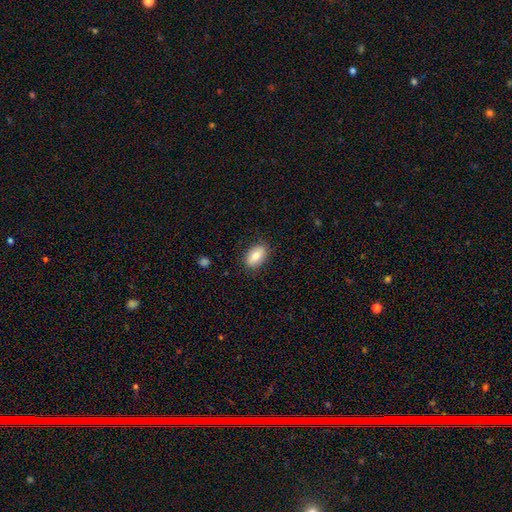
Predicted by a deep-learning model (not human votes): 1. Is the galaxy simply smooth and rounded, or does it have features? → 81% smooth, 12% featured or disk, 7% star or artifact.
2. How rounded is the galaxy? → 90% in between, 9% round, 2% cigar-shaped.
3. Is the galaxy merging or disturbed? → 85% none, 11% minor disturbance, 3% major disturbance, 1% merger.